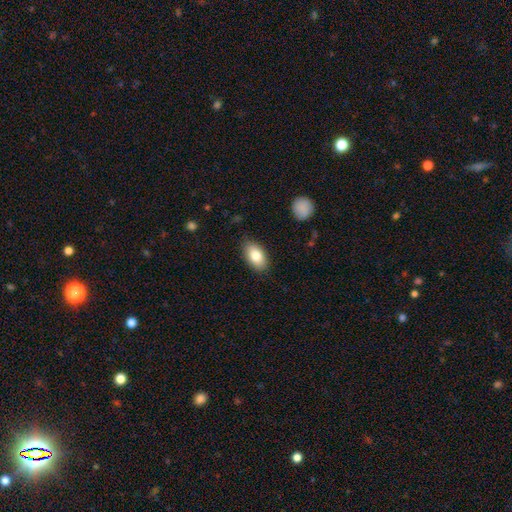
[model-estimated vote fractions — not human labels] Overall: smooth (82%). How rounded: in between (92%). Merging: none (84%).